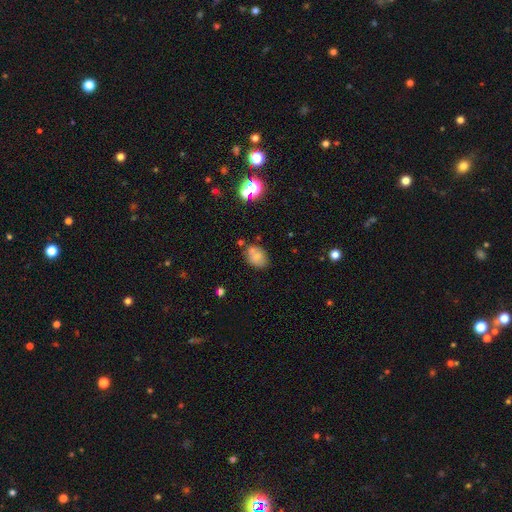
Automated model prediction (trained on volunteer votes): Smooth or featured? smooth (72%)
How rounded? in between (70%)
Merging? none (64%)